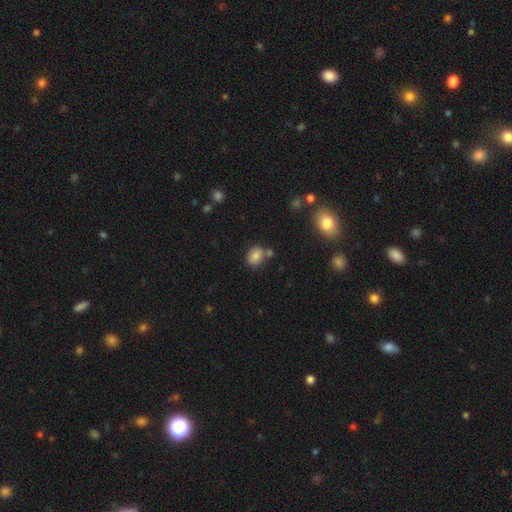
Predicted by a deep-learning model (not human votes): Smooth or featured? Predicted: smooth (p=0.81). How rounded? Predicted: in between (p=0.63). Merging? Predicted: none (p=0.64).